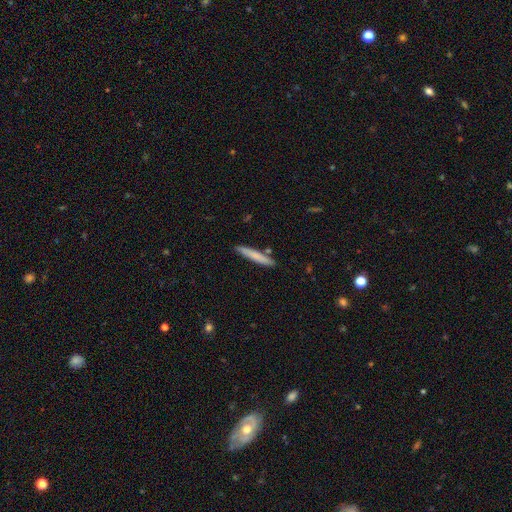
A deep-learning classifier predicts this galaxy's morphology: This appears to be a smooth galaxy with no disk features (75%) that is cigar-shaped (94%). Merging: none (86%).